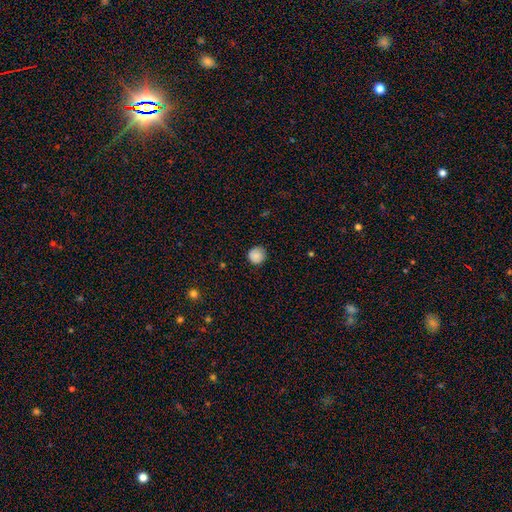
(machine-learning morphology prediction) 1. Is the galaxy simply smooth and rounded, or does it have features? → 86% smooth, 9% star or artifact, 5% featured or disk.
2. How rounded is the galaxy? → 93% round, 6% in between, 1% cigar-shaped.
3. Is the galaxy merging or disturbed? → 84% none, 12% minor disturbance, 2% major disturbance, 1% merger.